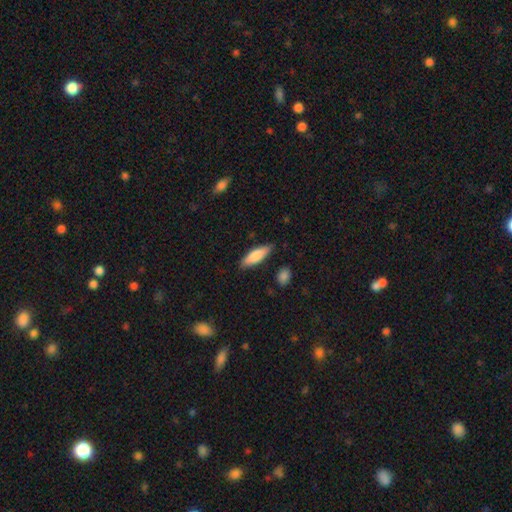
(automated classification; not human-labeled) This appears to be a smooth galaxy with no disk features (80%) that is in between round and cigar-shaped (52%). Merging: none (84%).